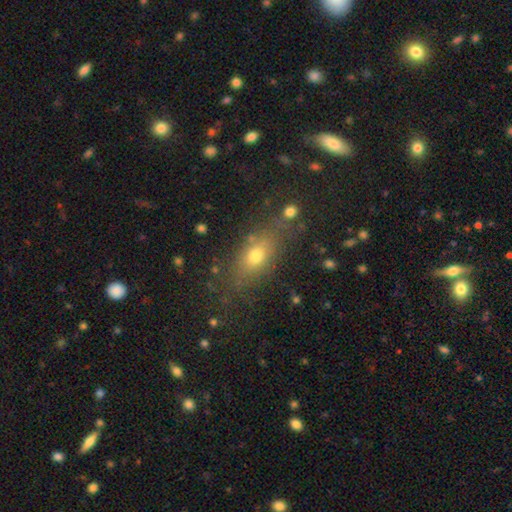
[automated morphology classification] This appears to be a smooth galaxy with no disk features (65%) that is in between round and cigar-shaped (65%). Merging: none (75%).